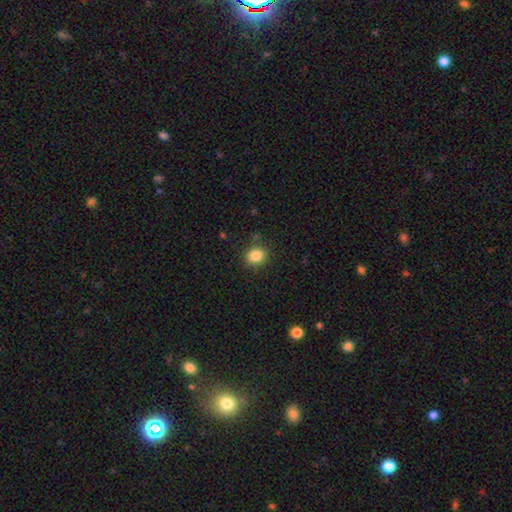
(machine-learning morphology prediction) Overall: smooth (85%). How rounded: round (67%; in between 32%). Merging: none (85%).